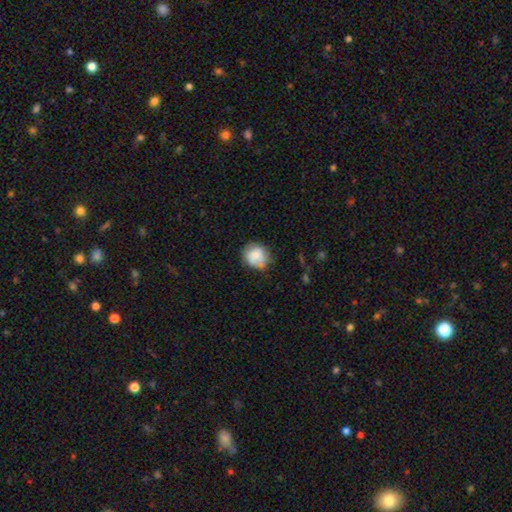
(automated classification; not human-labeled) Smooth or featured: smooth — 77% (featured or disk — 15%)
How rounded: round — 81% (in between — 18%)
Merging: none — 64% (minor disturbance — 27%)